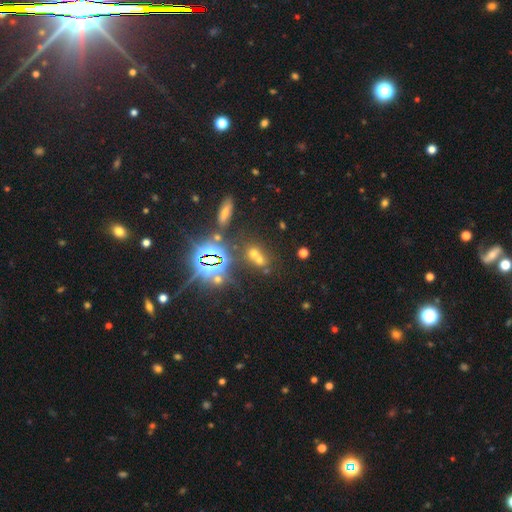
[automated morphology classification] type=smooth (45%); merging=merger (51%).